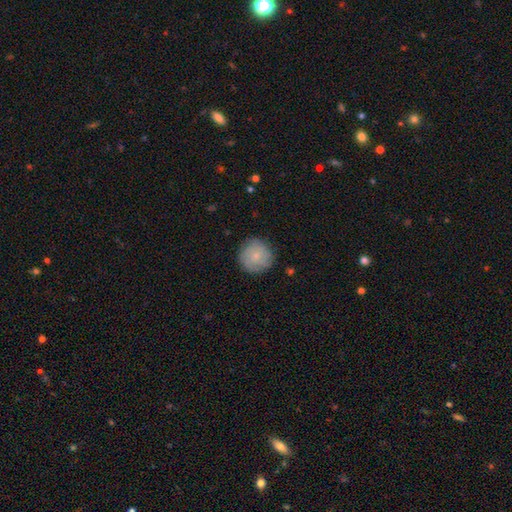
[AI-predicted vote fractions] Smooth or featured: smooth — 71% (featured or disk — 22%)
How rounded: round — 93% (in between — 6%)
Merging: none — 82% (minor disturbance — 13%)